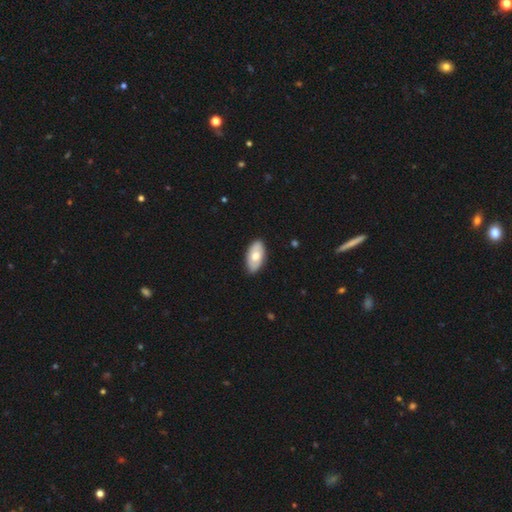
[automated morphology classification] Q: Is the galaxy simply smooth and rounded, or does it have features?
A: smooth — 67%.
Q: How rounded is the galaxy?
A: in between — 94%.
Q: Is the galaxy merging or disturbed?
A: none — 88%.